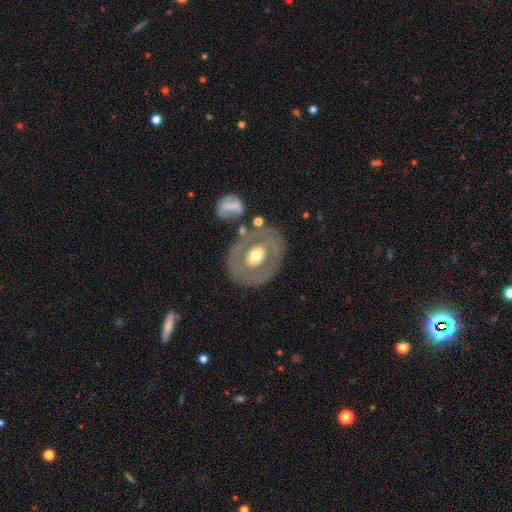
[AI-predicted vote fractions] The model was most divided on "smooth or featured": featured or disk: 58%, smooth: 36%, star or artifact: 6%. More confident: edge-on disk — no (94%); spiral arms — no (88%); bar — no (81%); merging — none (73%); bulge size — moderate (67%).